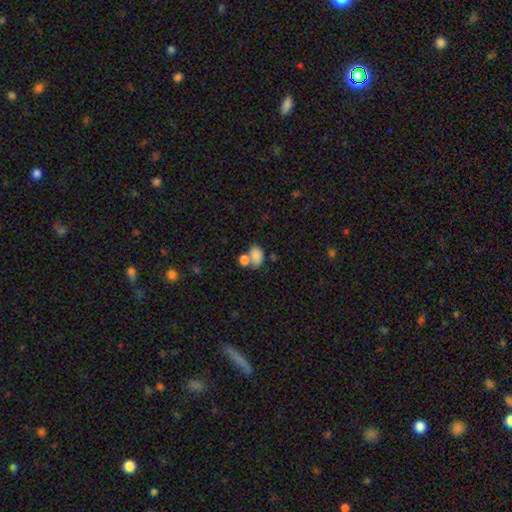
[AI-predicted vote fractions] smooth-or-featured: smooth: 82% | featured or disk: 9% | star or artifact: 9%
  how-rounded: in between: 79% | round: 20% | cigar-shaped: 1%
  merging: merger: 46% | none: 35% | minor disturbance: 12% | major disturbance: 6%